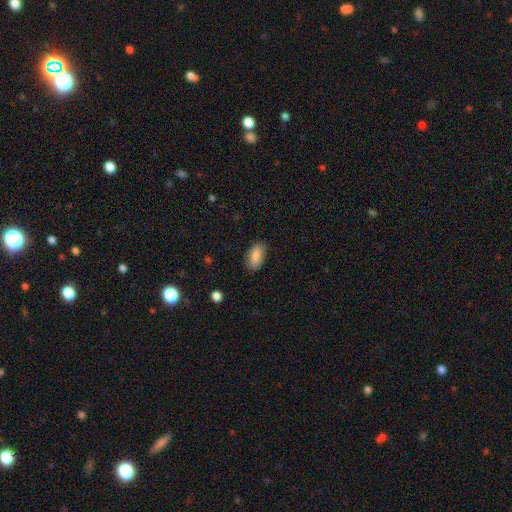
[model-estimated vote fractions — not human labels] This is clearly a smooth galaxy (87%). How rounded: clearly in between (89%). Merging: clearly none (85%).